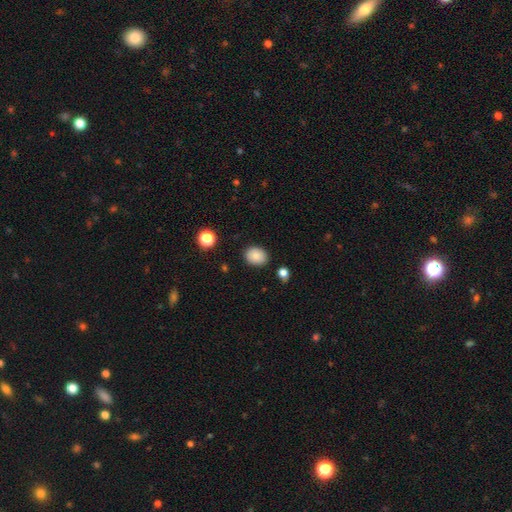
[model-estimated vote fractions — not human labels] Smooth or featured? smooth (87%)
How rounded? in between (55%)
Merging? none (86%)